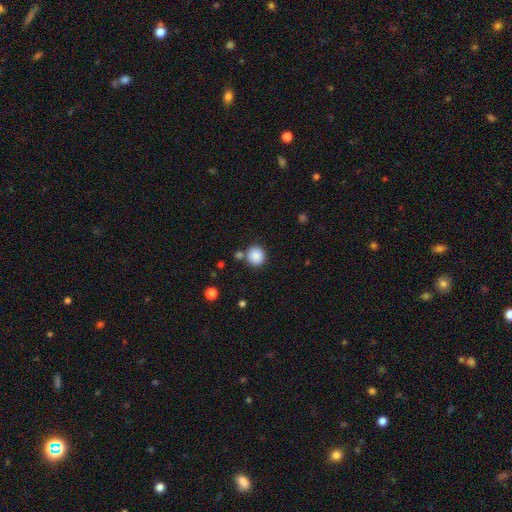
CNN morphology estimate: smooth_or_featured: smooth (p=0.87) [alt: star or artifact p=0.09]
how_rounded: round (p=0.89) [alt: in between p=0.10]
merging: none (p=0.78) [alt: merger p=0.10]